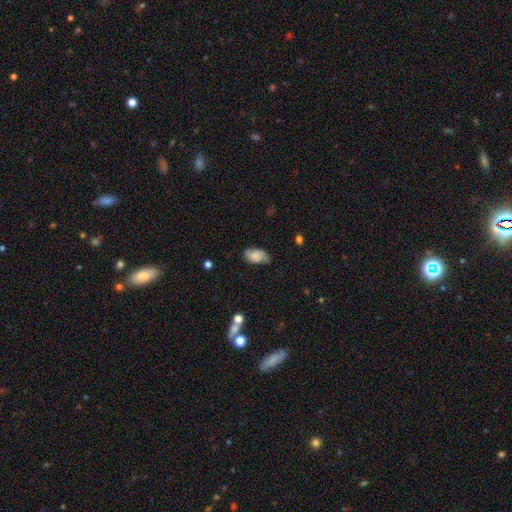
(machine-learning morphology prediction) The model was most divided on "merging": none: 63%, minor disturbance: 28%, major disturbance: 7%, merger: 2%. More confident: how rounded — in between (92%); smooth or featured — smooth (67%).